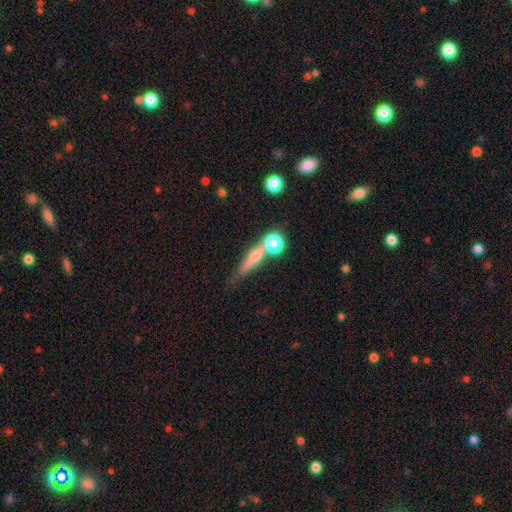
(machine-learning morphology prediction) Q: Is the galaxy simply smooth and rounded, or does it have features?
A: featured or disk — 44%, tied with smooth.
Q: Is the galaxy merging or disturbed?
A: none — 57%.